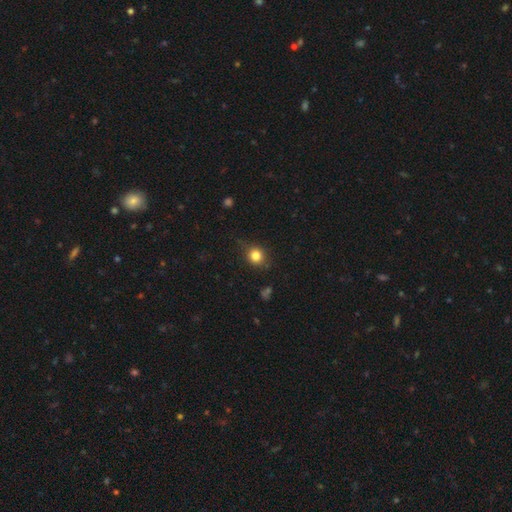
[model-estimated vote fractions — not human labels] Q: Smooth or featured?
A: smooth (81%); runner-up: star or artifact (12%)
Q: How rounded?
A: round (82%); runner-up: in between (17%)
Q: Merging?
A: none (75%); runner-up: minor disturbance (18%)